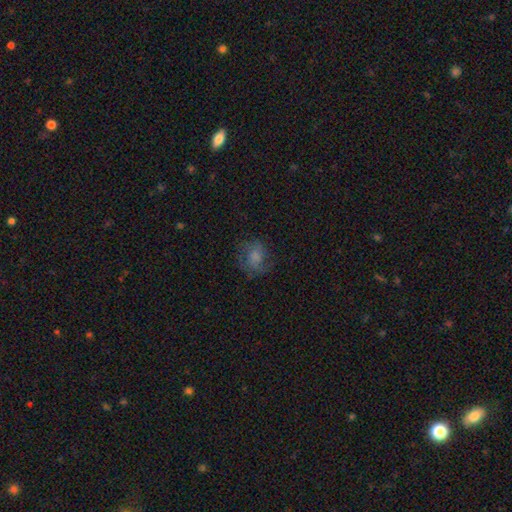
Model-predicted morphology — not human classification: smooth_or_featured: featured or disk (p=0.43) [alt: smooth p=0.40]
merging: none (p=0.69) [alt: minor disturbance p=0.18]